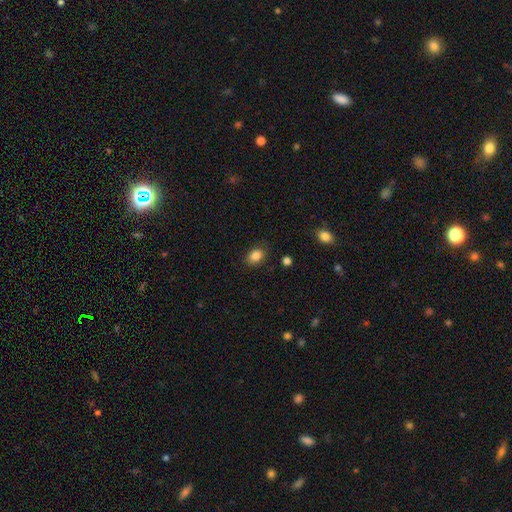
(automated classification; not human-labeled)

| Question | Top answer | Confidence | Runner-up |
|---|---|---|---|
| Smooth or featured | smooth | 86% | star or artifact (10%) |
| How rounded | in between | 73% | round (26%) |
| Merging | none | 82% | minor disturbance (13%) |